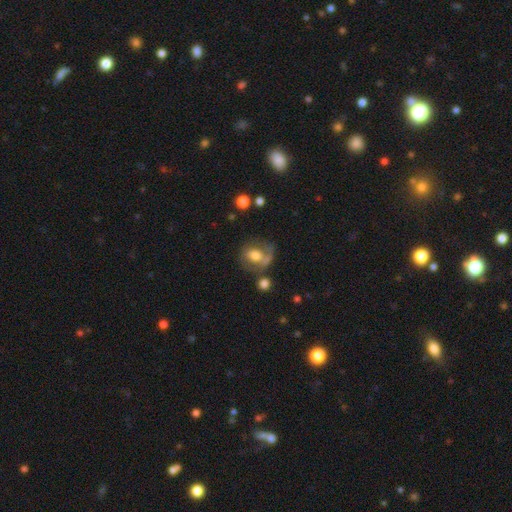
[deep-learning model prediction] Morphology: type=smooth (54%); roundness=round (50%); merging=none (42%).